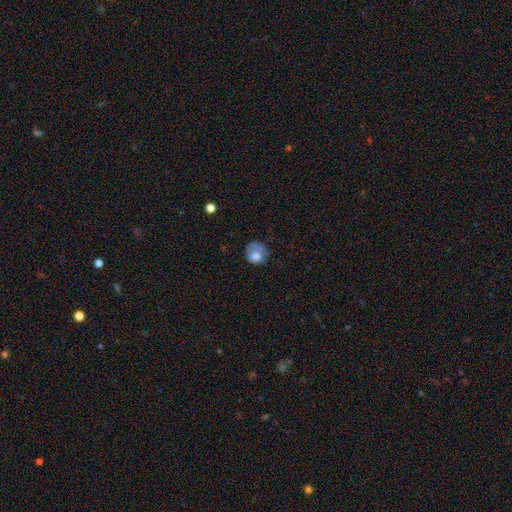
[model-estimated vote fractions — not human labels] Q: Smooth or featured?
A: smooth (69%); runner-up: featured or disk (23%)
Q: How rounded?
A: round (64%); runner-up: in between (35%)
Q: Merging?
A: none (38%); runner-up: major disturbance (30%)